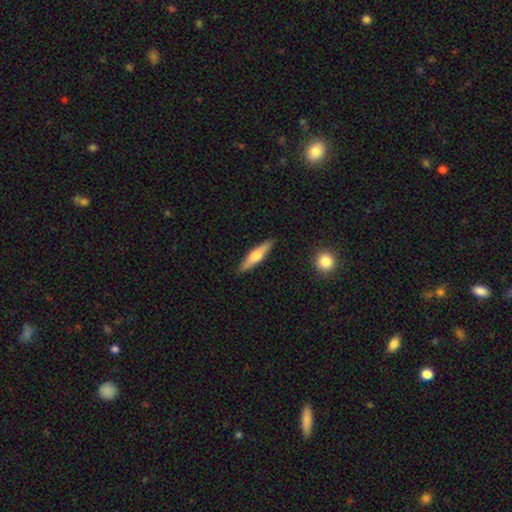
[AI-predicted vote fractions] Q: Smooth or featured?
A: smooth (48%); runner-up: featured or disk (47%)
Q: Merging?
A: none (89%); runner-up: minor disturbance (8%)